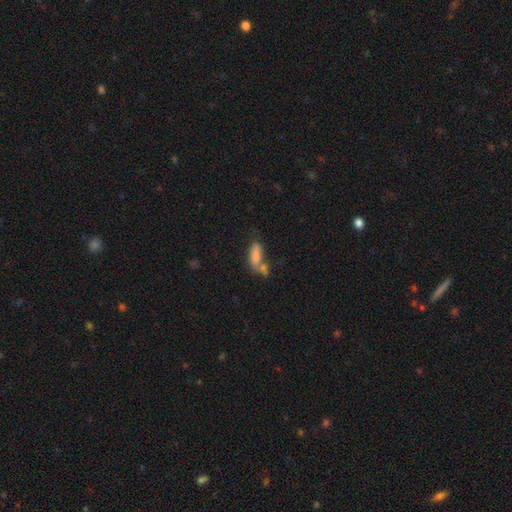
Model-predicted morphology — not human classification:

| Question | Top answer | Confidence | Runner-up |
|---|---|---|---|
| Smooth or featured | smooth | 78% | featured or disk (13%) |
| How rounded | in between | 72% | cigar-shaped (25%) |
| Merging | none | 37% | merger (33%) |